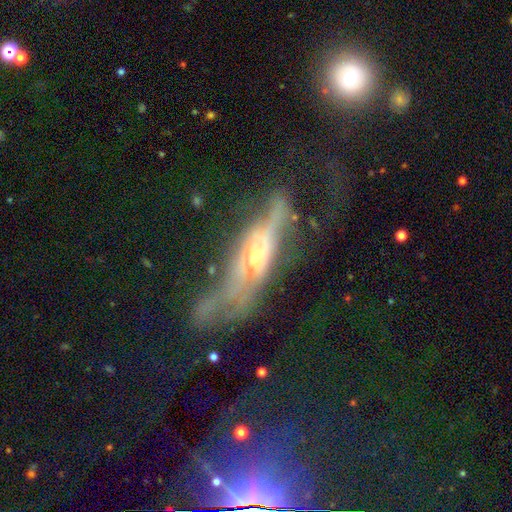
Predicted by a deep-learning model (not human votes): A featured or disk galaxy (78%) viewed edge-on (54%).

Vote fractions:
- Smooth or featured? featured or disk: 78% / smooth: 15% / star or artifact: 7%
- Edge-on disk? yes: 54% / no: 46%
- Merging? major disturbance: 37% / none: 34% / minor disturbance: 23% / merger: 5%